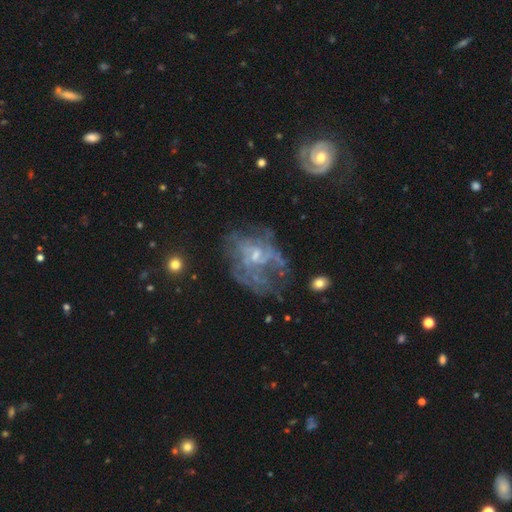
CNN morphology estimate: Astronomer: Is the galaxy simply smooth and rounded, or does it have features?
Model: featured or disk — 73%.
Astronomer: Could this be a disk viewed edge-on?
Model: no — 97%.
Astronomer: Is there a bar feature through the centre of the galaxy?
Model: no — 59% (runner-up: weak, 35%).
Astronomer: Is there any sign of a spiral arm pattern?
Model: yes — 50%, tied with no at 50%.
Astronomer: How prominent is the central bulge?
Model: small — 51% (runner-up: moderate, 31%).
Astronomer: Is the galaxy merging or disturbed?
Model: none — 41% (runner-up: major disturbance, 34%).